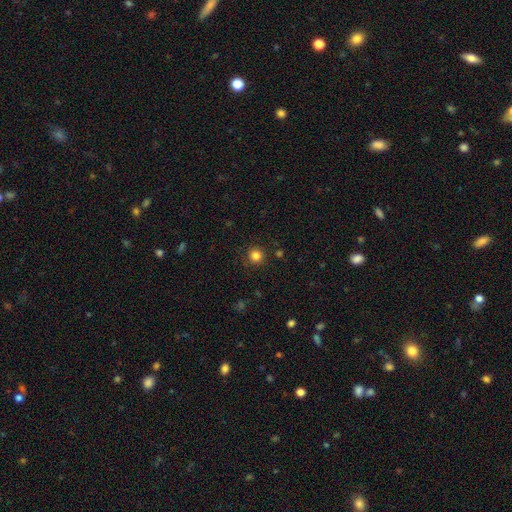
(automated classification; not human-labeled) Overall: smooth (83%). How rounded: round (95%). Merging: none (90%).